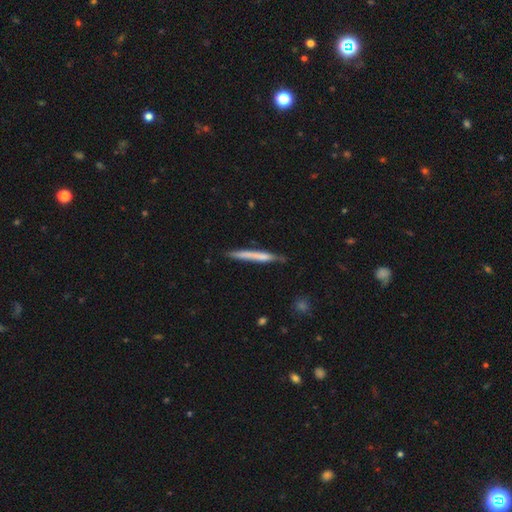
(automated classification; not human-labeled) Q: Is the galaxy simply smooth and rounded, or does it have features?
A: smooth — 57%.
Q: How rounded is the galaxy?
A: cigar-shaped — 96%.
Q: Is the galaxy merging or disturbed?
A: none — 81%.